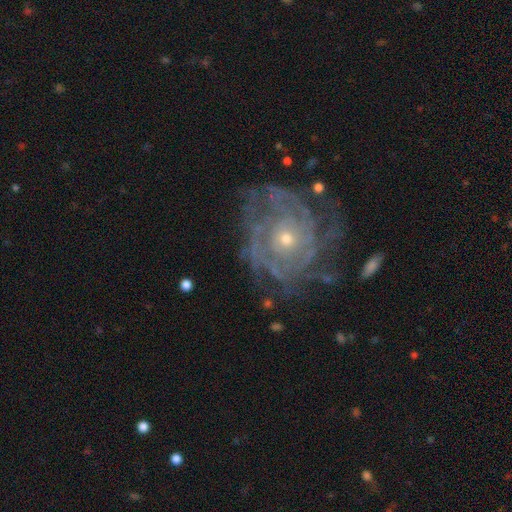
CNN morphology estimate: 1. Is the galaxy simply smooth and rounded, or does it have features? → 81% featured or disk, 11% star or artifact, 8% smooth.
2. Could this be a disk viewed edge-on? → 97% no, 3% yes.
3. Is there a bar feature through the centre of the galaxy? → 79% no, 16% weak, 5% strong.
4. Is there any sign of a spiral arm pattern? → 91% yes, 9% no.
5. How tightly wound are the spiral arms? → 75% tight, 19% medium, 5% loose.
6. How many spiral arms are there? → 42% can't tell, 15% 3, 14% 2, 13% 4, 10% more than 4, 7% 1.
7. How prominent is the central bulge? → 61% small, 35% moderate, 2% large, 1% none, 1% dominant.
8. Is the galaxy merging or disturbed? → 74% none, 15% minor disturbance, 8% major disturbance, 2% merger.